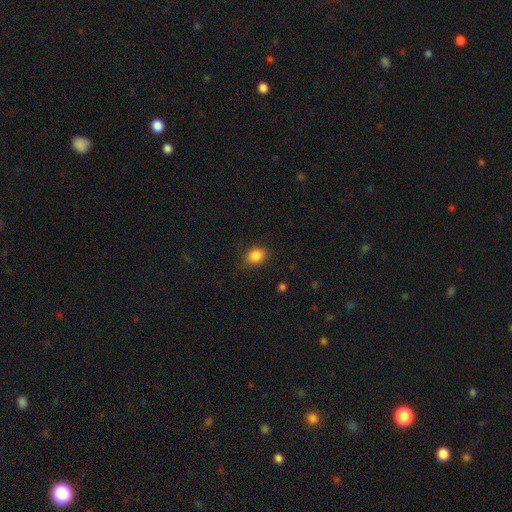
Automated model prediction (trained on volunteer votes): This appears to be a smooth galaxy with no disk features (86%) that is in between round and cigar-shaped (58%). Merging: none (80%).